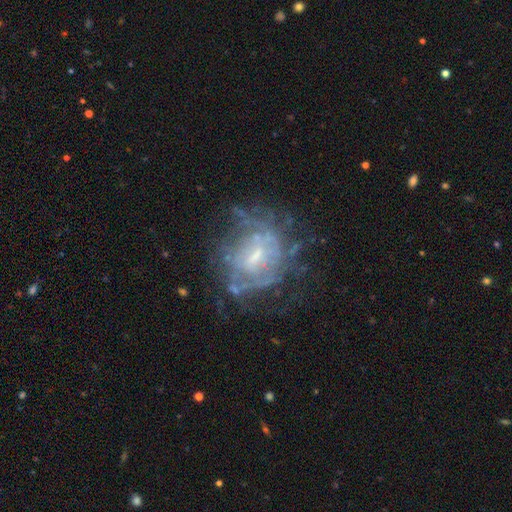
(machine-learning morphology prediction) Smooth or featured? Predicted: featured or disk (p=0.72). Edge-on disk? Predicted: no (p=0.97). Bar? Predicted: no (p=0.45, tied with weak). Spiral arms? Predicted: yes (p=0.53). Bulge size? Predicted: small (p=0.50). Merging? Predicted: none (p=0.55).